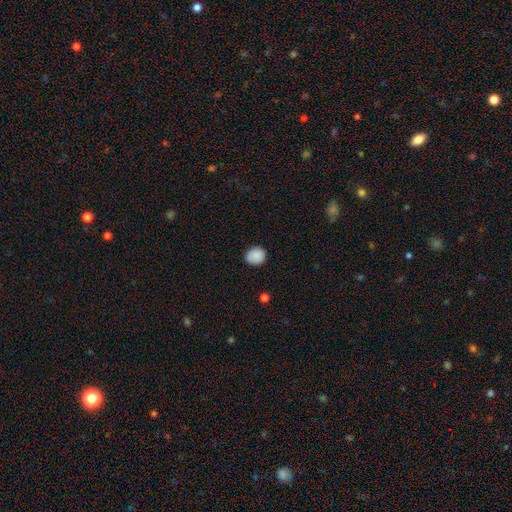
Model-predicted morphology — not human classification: A smooth galaxy with no disk features (88%) that is round (82%). Merging: none (87%).